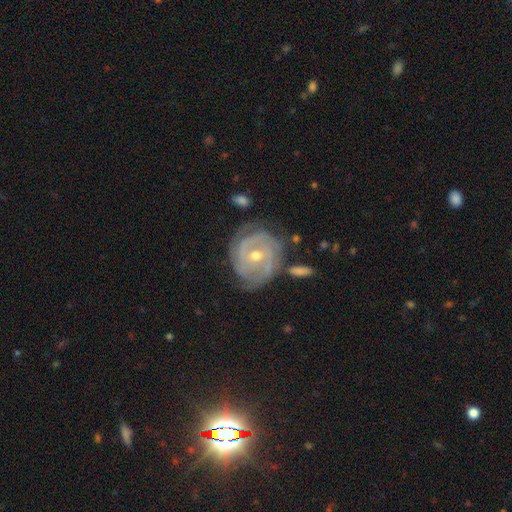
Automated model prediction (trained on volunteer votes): Smooth or featured: featured or disk — 87% (smooth — 8%)
Edge-on disk: no — 97% (yes — 3%)
Bar: no — 52% (weak — 36%)
Spiral arms: yes — 96% (no — 4%)
Spiral winding: tight — 71% (medium — 24%)
Spiral arm count: 2 — 37% (3 — 26%)
Bulge size: moderate — 56% (small — 41%)
Merging: none — 69% (minor disturbance — 20%)